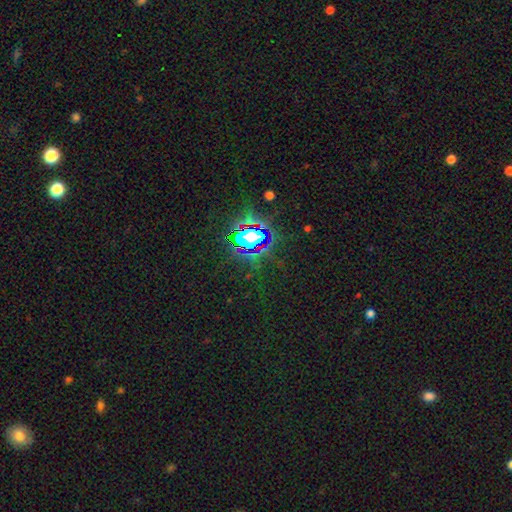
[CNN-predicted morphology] The model was most divided on "smooth or featured": star or artifact: 84%, smooth: 10%, featured or disk: 6%.